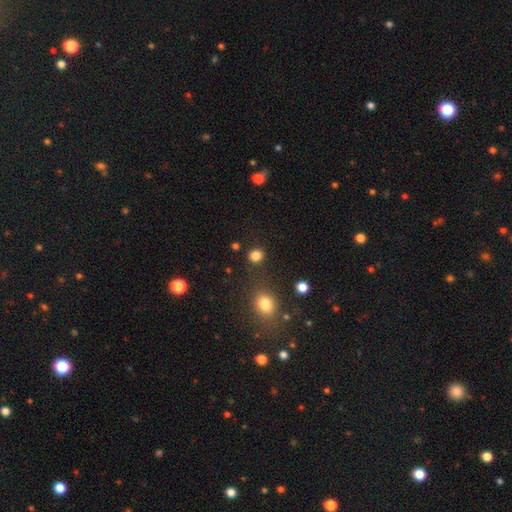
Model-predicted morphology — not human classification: type=smooth (83%); roundness=round (74%); merging=none (84%).